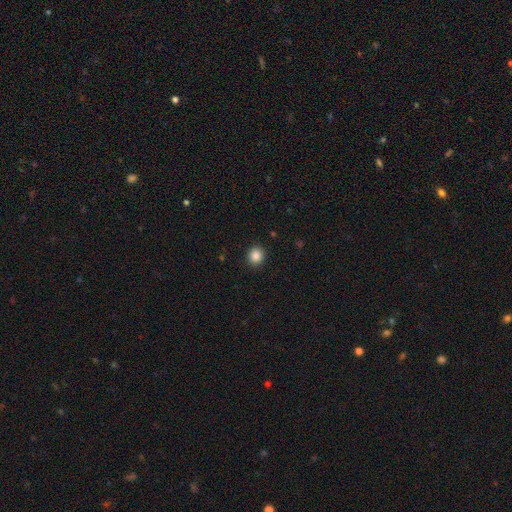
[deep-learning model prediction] Smooth or featured? Predicted: smooth (p=0.87). How rounded? Predicted: round (p=0.87). Merging? Predicted: none (p=0.92).